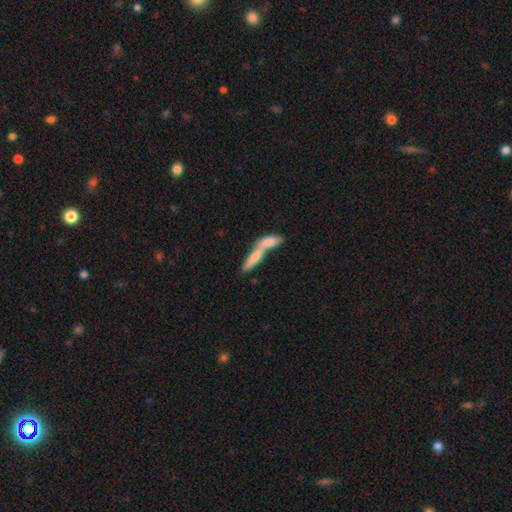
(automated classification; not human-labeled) Smooth or featured: smooth — 69% (featured or disk — 24%)
How rounded: cigar-shaped — 68% (in between — 29%)
Merging: merger — 69% (none — 22%)